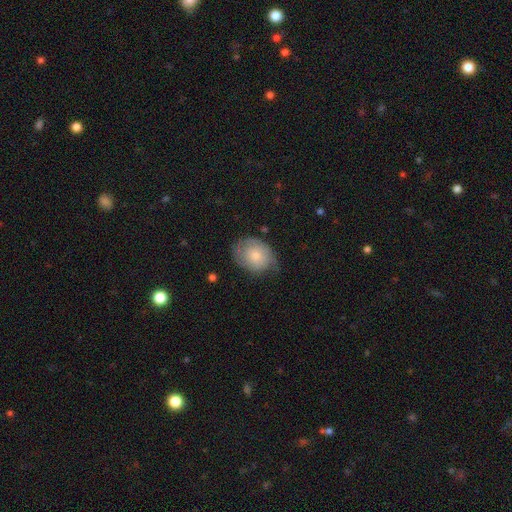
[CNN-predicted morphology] Smooth or featured?
  - smooth: 60% *
  - featured or disk: 33%
  - star or artifact: 7%
How rounded?
  - in between: 57% *
  - round: 42%
  - cigar-shaped: 1%
Merging?
  - none: 52% *
  - minor disturbance: 35%
  - major disturbance: 11%
  - merger: 2%